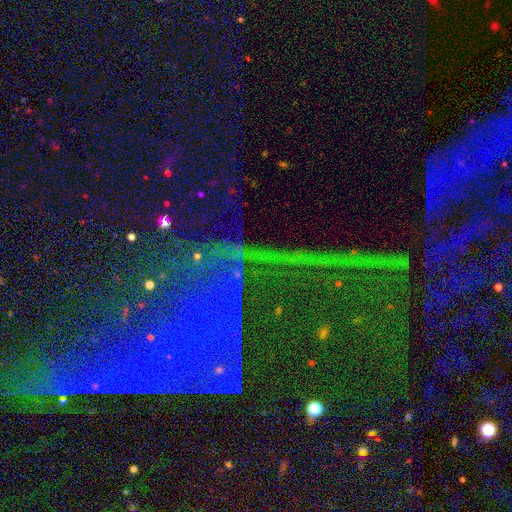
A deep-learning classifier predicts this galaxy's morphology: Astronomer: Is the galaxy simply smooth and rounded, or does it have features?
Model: star or artifact — 83%.